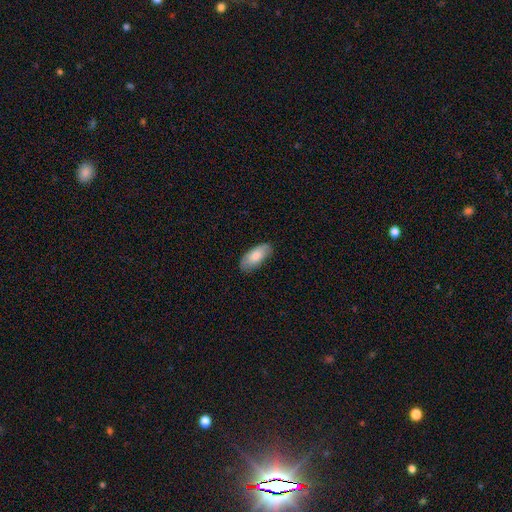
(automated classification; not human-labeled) A smooth galaxy with no disk features (78%) that is in between round and cigar-shaped (88%).

Vote fractions:
- Smooth or featured? smooth: 78% / featured or disk: 16% / star or artifact: 6%
- How rounded? in between: 88% / cigar-shaped: 10% / round: 2%
- Merging? none: 80% / minor disturbance: 16% / major disturbance: 3% / merger: 1%